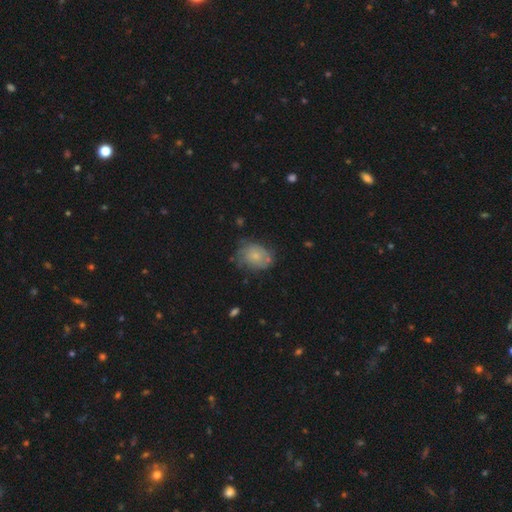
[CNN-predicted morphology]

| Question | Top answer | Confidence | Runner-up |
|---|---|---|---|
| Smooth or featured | smooth | 63% | featured or disk (28%) |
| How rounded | in between | 57% | round (42%) |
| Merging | none | 57% | minor disturbance (29%) |